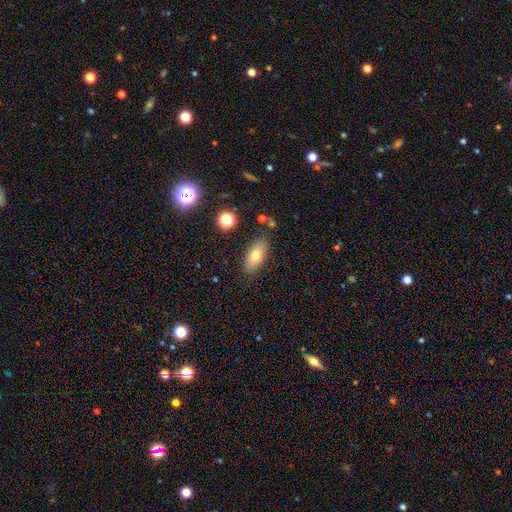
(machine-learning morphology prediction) Overall: smooth (73%). How rounded: in between (83%). Merging: none (84%).